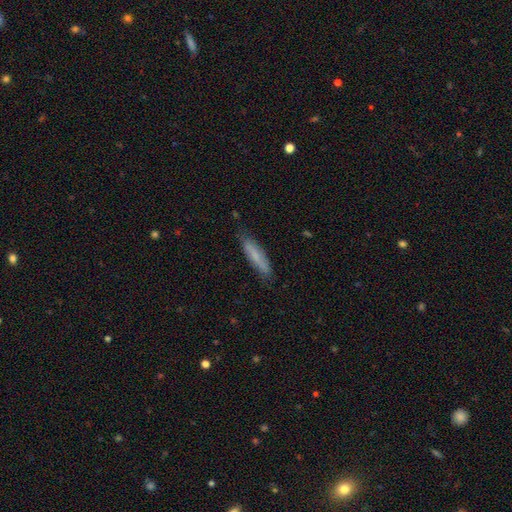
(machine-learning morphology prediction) Smooth or featured?
  - smooth: 70% *
  - featured or disk: 24%
  - star or artifact: 7%
How rounded?
  - cigar-shaped: 81% *
  - in between: 17%
  - round: 1%
Merging?
  - none: 80% *
  - minor disturbance: 16%
  - major disturbance: 3%
  - merger: 1%